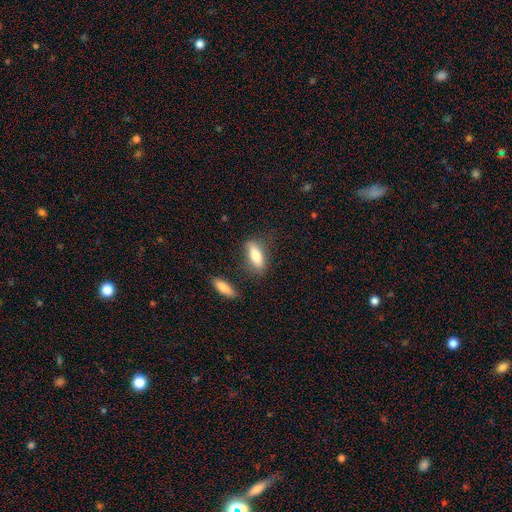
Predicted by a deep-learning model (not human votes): A smooth galaxy with no disk features (72%) that is in between round and cigar-shaped (62%). Merging: none (74%).